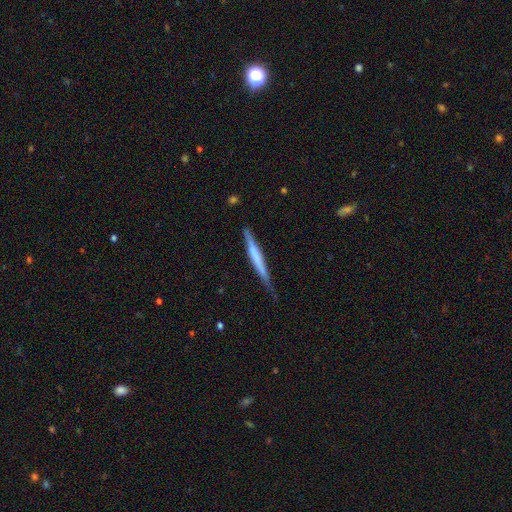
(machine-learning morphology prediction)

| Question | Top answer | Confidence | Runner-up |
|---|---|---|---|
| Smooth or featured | featured or disk | 50% | smooth (45%) |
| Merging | none | 71% | minor disturbance (23%) |